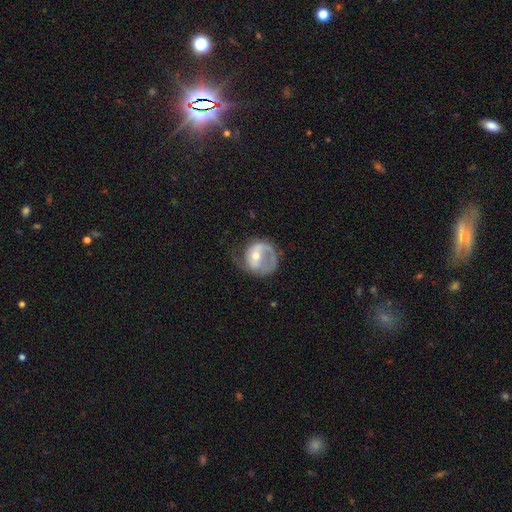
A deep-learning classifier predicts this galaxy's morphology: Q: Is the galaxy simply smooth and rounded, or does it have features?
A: featured or disk — 72%.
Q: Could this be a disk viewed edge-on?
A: no — 97%.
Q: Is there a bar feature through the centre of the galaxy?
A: no — 49%.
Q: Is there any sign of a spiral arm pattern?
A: yes — 84%.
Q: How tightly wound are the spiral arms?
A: medium — 42%.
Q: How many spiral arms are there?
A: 1 — 50%.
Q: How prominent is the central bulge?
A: moderate — 56%.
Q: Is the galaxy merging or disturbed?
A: none — 45%.